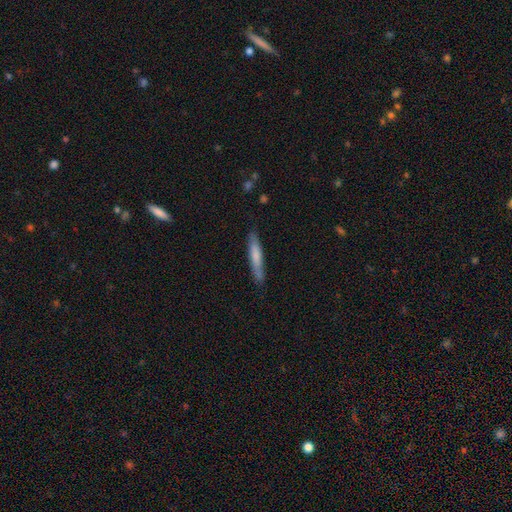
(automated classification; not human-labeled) Overall: smooth (67%; featured or disk 28%). How rounded: cigar-shaped (91%). Merging: none (81%).